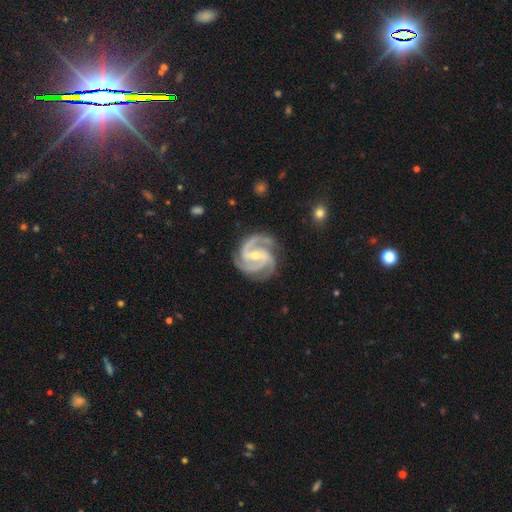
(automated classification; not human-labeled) This appears to be a featured or disk galaxy (94%) with a weak bar (40%, tied with strong), 3 (70%) medium (50%) spiral arms (99%) and a small central bulge (60%). Merging: none (80%).